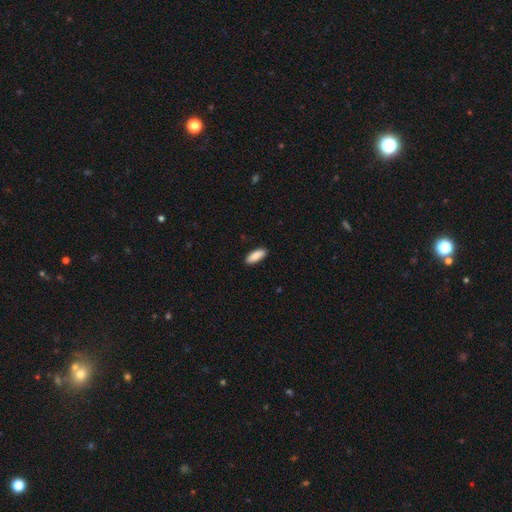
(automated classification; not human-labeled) Morphology: type=smooth (90%); roundness=in between (74%); merging=none (89%).